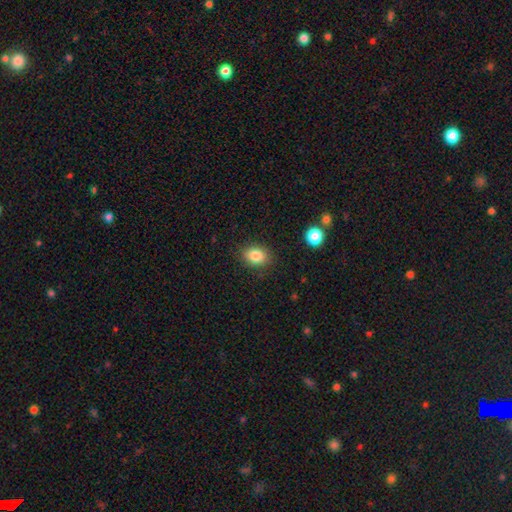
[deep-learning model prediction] Smooth or featured?
  - smooth: 85% *
  - star or artifact: 9%
  - featured or disk: 6%
How rounded?
  - in between: 65% *
  - round: 34%
  - cigar-shaped: 1%
Merging?
  - none: 86% *
  - minor disturbance: 10%
  - major disturbance: 3%
  - merger: 1%